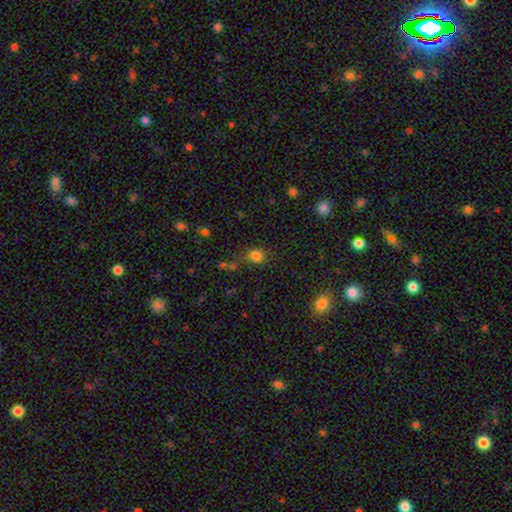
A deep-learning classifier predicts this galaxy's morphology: type=smooth (77%); roundness=round (62%); merging=none (64%).